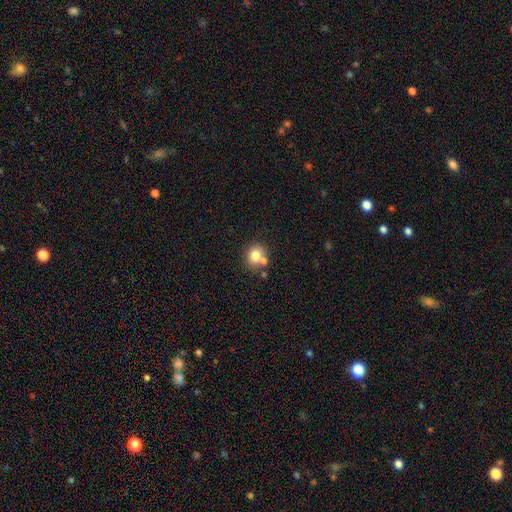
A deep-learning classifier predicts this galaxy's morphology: type=smooth (76%); roundness=round (78%); merging=none (63%).